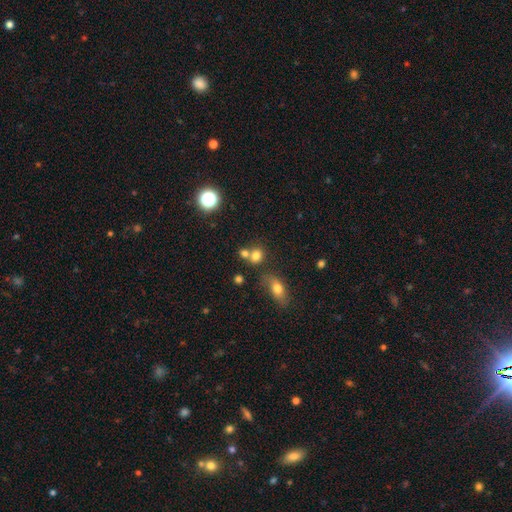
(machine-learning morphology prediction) This is likely a smooth galaxy (76%). How rounded: likely round (68%). Merging: possibly none (46%).